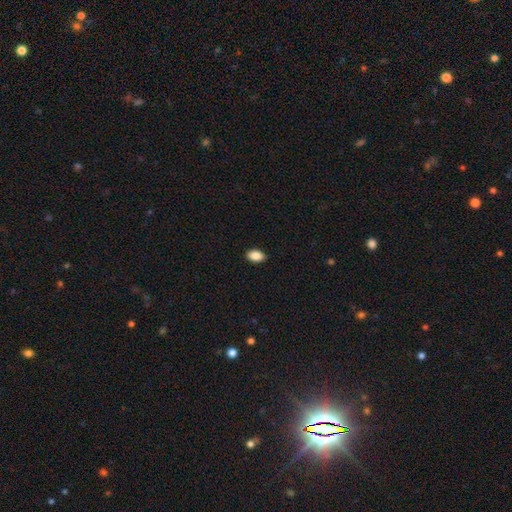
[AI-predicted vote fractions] Smooth or featured? Predicted: smooth (p=0.89). How rounded? Predicted: in between (p=0.90). Merging? Predicted: none (p=0.90).